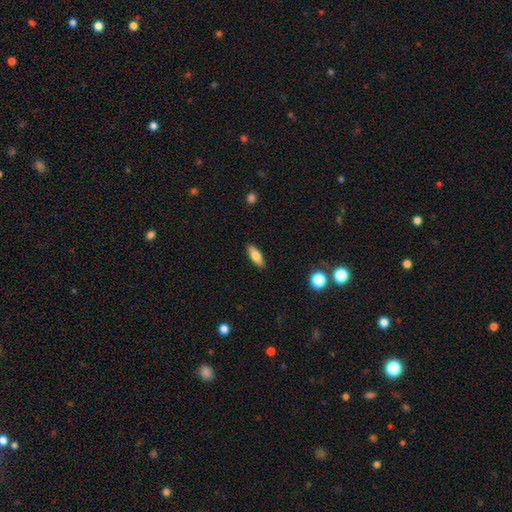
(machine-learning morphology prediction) The model was most divided on "how rounded": in between: 62%, cigar-shaped: 35%, round: 3%. More confident: merging — none (88%); smooth or featured — smooth (65%).